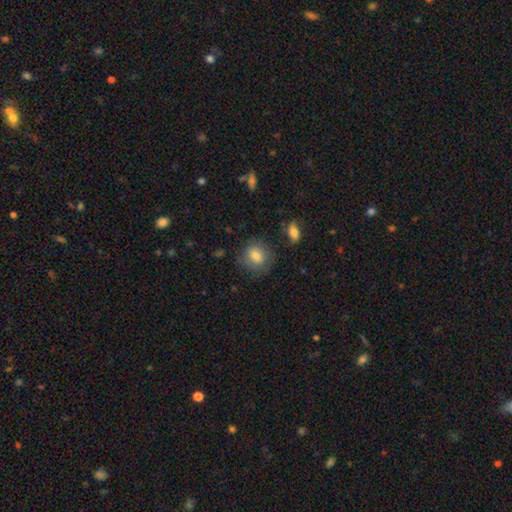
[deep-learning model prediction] A smooth galaxy with no disk features (77%) that is round (72%). Merging: none (76%).